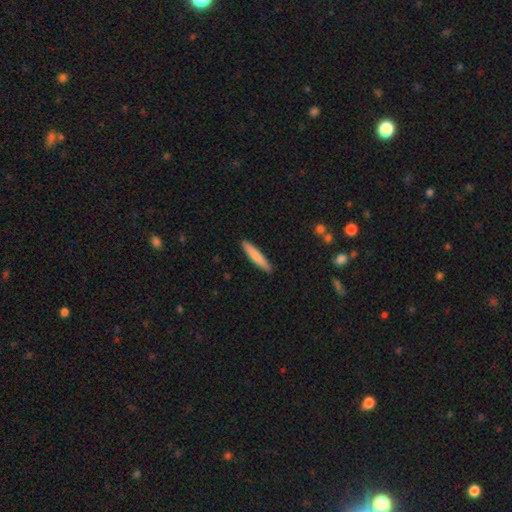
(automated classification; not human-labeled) Smooth or featured?
  - smooth: 80% *
  - featured or disk: 15%
  - star or artifact: 5%
How rounded?
  - cigar-shaped: 91% *
  - in between: 8%
  - round: 1%
Merging?
  - none: 90% *
  - minor disturbance: 7%
  - major disturbance: 1%
  - merger: 1%